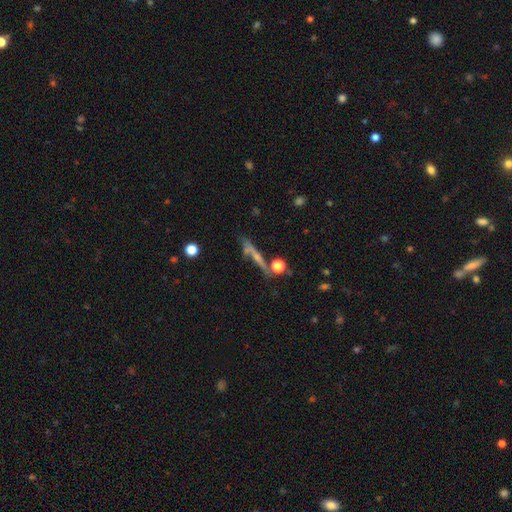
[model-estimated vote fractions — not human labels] Smooth or featured? Predicted: featured or disk (p=0.46). Merging? Predicted: none (p=0.59).